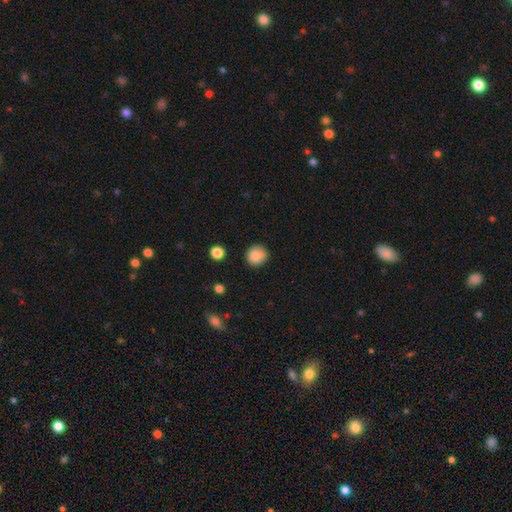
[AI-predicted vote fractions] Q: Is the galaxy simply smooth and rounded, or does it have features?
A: smooth — 84%.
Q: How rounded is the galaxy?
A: round — 90%.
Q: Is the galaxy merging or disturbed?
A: none — 83%.